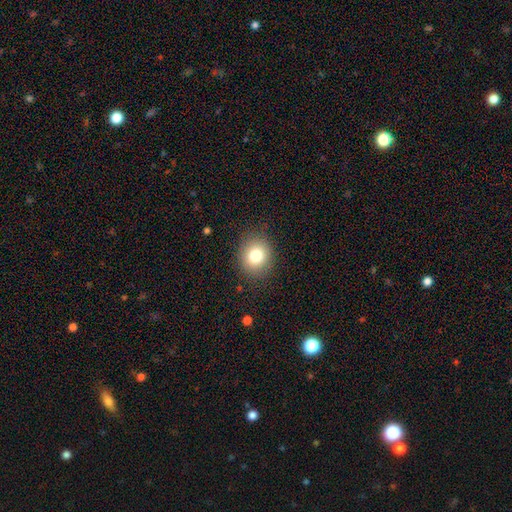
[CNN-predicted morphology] Smooth or featured: smooth — 79% (star or artifact — 11%)
How rounded: round — 74% (in between — 25%)
Merging: none — 87% (minor disturbance — 9%)